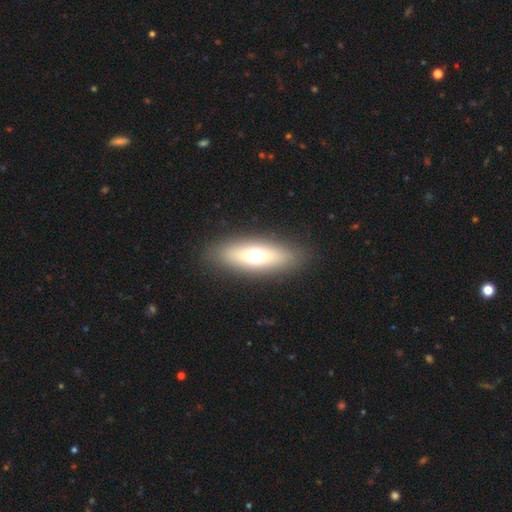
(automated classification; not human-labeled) Smooth or featured: smooth — 60% (featured or disk — 31%)
How rounded: in between — 60% (cigar-shaped — 35%)
Merging: none — 87% (minor disturbance — 8%)